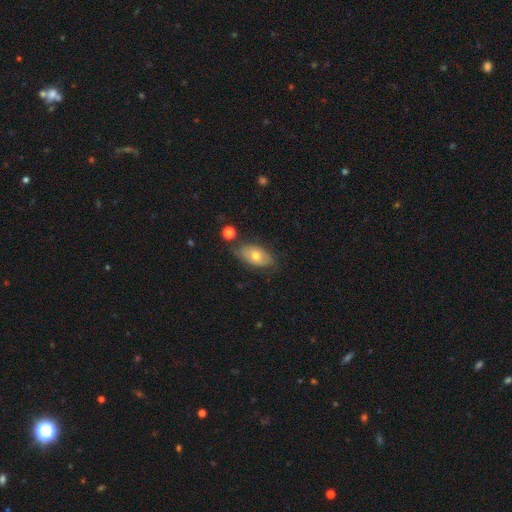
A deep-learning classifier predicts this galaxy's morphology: This appears to be a smooth galaxy with no disk features (59%) that is in between round and cigar-shaped (90%). Merging: none (63%).